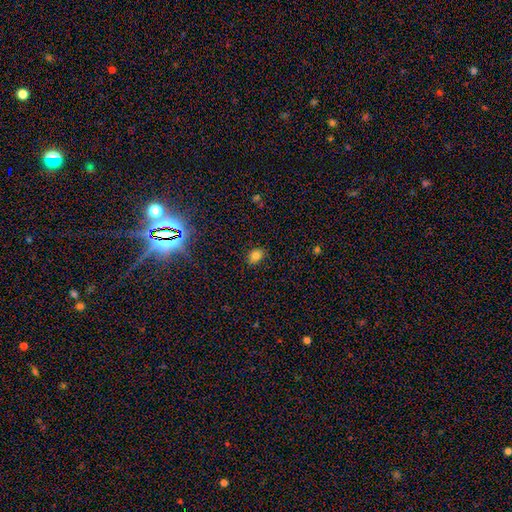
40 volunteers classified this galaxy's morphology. Smooth or featured? 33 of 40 (82%) said smooth. How rounded? 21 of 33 (64%) said in between. Merging? 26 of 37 (70%) said none.